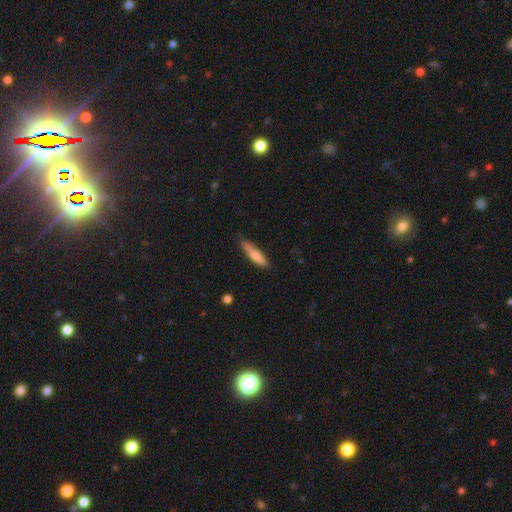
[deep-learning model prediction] The model was most divided on "merging": none: 74%, minor disturbance: 21%, major disturbance: 3%, merger: 2%. More confident: how rounded — cigar-shaped (81%); smooth or featured — smooth (74%).